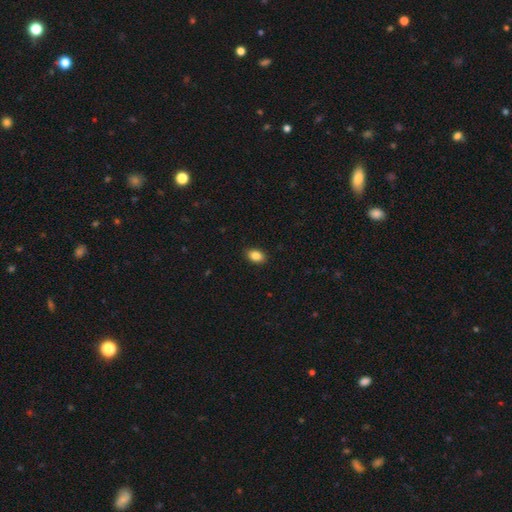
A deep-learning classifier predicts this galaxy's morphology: This is clearly a smooth galaxy (86%). How rounded: clearly in between (83%). Merging: clearly none (90%).